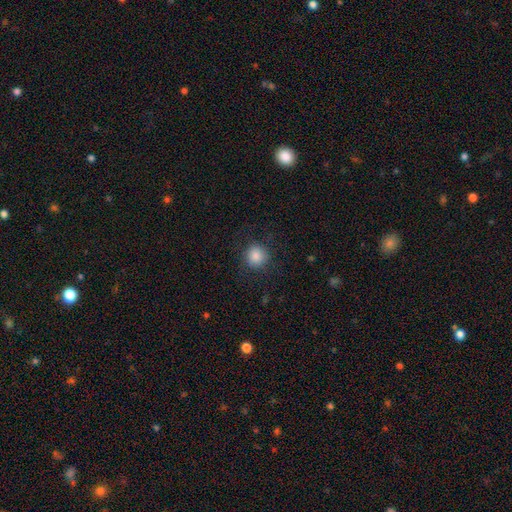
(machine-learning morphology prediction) smooth 86%, star or artifact 10%, featured or disk 4%. Down the decision tree: how rounded — round (91%); merging — none (86%).